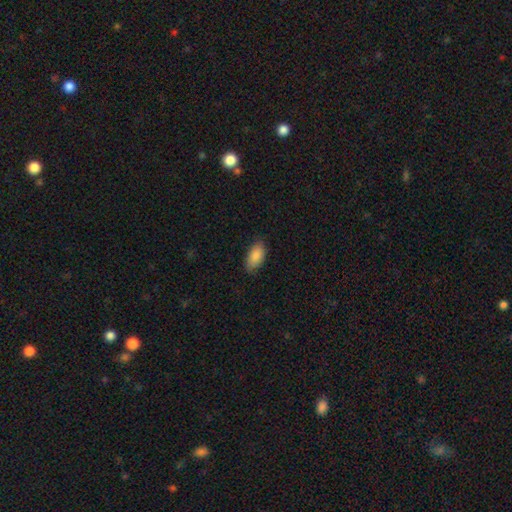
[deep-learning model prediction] Smooth or featured?
  - smooth: 88% *
  - star or artifact: 6%
  - featured or disk: 6%
How rounded?
  - in between: 93% *
  - cigar-shaped: 5%
  - round: 2%
Merging?
  - none: 83% *
  - minor disturbance: 14%
  - major disturbance: 2%
  - merger: 1%